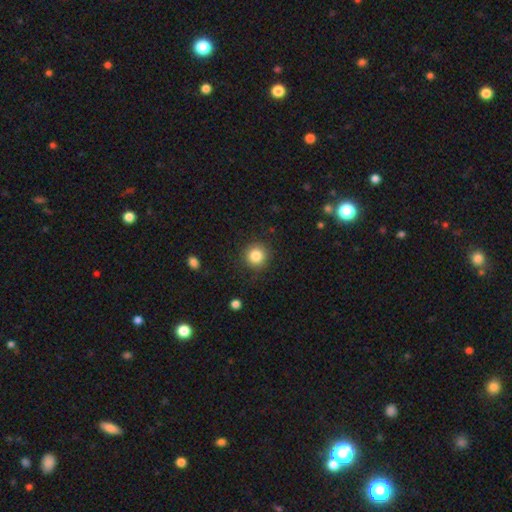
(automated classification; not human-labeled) Smooth or featured? Predicted: smooth (p=0.84). How rounded? Predicted: round (p=0.94). Merging? Predicted: none (p=0.88).